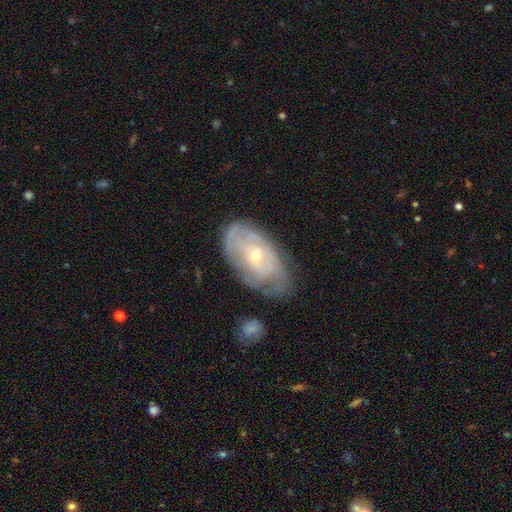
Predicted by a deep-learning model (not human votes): A featured or disk galaxy (72%) with no bar (75%), tight (67%) spiral arms (76%) and a small central bulge (65%).

Vote fractions:
- Smooth or featured? featured or disk: 72% / smooth: 22% / star or artifact: 6%
- Edge-on disk? no: 93% / yes: 7%
- Bar? no: 75% / weak: 21% / strong: 5%
- Spiral arms? yes: 76% / no: 24%
- Spiral winding? tight: 67% / medium: 24% / loose: 9%
- Spiral arm count? can't tell: 60% / 2: 18% / 3: 9% / 4: 5% / 1: 5% / more than 4: 3%
- Bulge size? small: 65% / moderate: 32% / large: 1% / none: 1% / dominant: 1%
- Merging? none: 59% / minor disturbance: 27% / major disturbance: 11% / merger: 3%